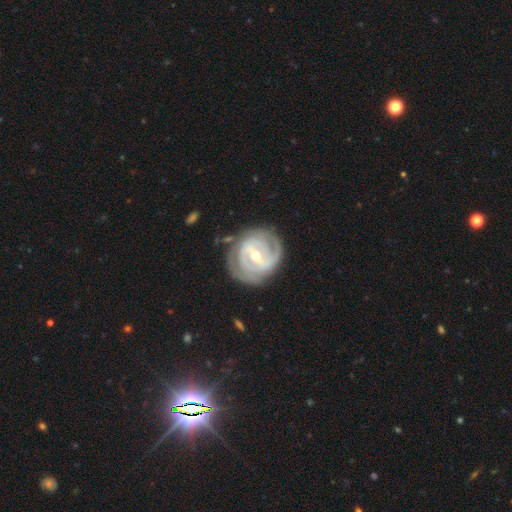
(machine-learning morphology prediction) type=featured or disk (88%); edge-on=no (97%); bar=strong (46%); spiral arms=yes (95%); winding=tight (66%); arm count=2 (51%); bulge=moderate (51%); merging=none (75%).